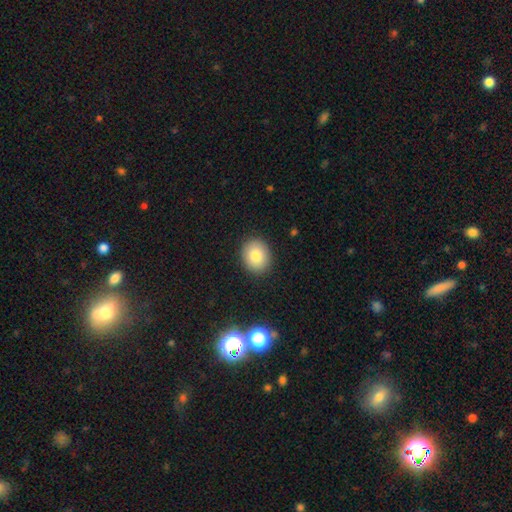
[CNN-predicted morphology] A smooth galaxy with no disk features (82%) that is round (60%).

Vote fractions:
- Smooth or featured? smooth: 82% / star or artifact: 9% / featured or disk: 9%
- How rounded? round: 60% / in between: 39% / cigar-shaped: 1%
- Merging? none: 89% / minor disturbance: 8% / major disturbance: 2% / merger: 1%